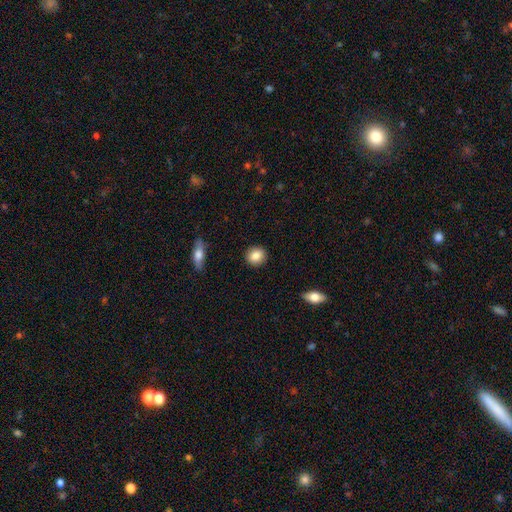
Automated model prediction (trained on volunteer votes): This is clearly a smooth galaxy (86%). How rounded: clearly round (83%). Merging: clearly none (91%).